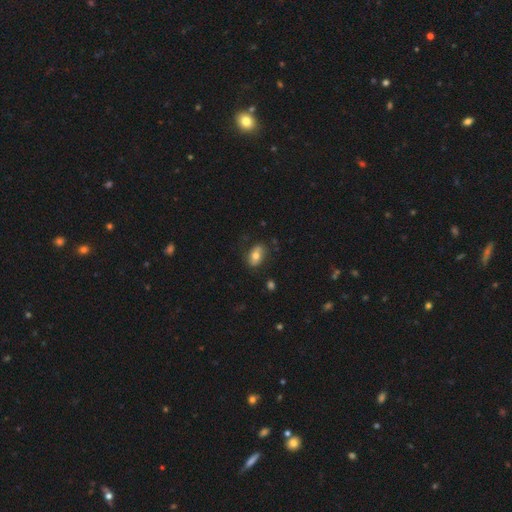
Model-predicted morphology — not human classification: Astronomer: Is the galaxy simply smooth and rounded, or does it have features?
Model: smooth — 67%.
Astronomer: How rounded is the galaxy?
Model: in between — 85%.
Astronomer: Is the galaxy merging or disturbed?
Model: none — 78%.